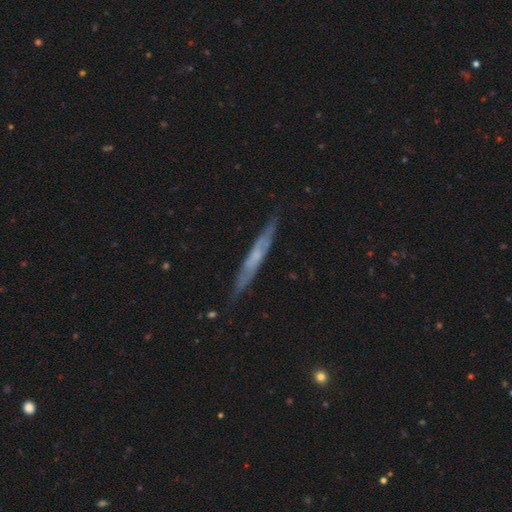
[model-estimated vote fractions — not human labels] Smooth or featured? Predicted: featured or disk (p=0.58). Edge-on disk? Predicted: yes (p=0.81). Merging? Predicted: none (p=0.81).